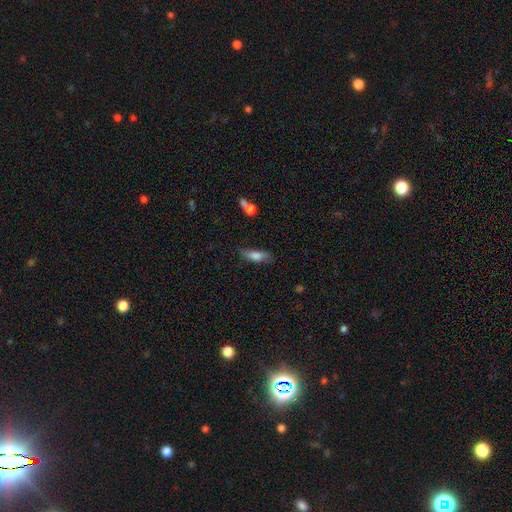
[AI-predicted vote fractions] smooth_or_featured: smooth (p=0.73) [alt: featured or disk p=0.19]
how_rounded: in between (p=0.52) [alt: cigar-shaped p=0.45]
merging: none (p=0.72) [alt: minor disturbance p=0.19]